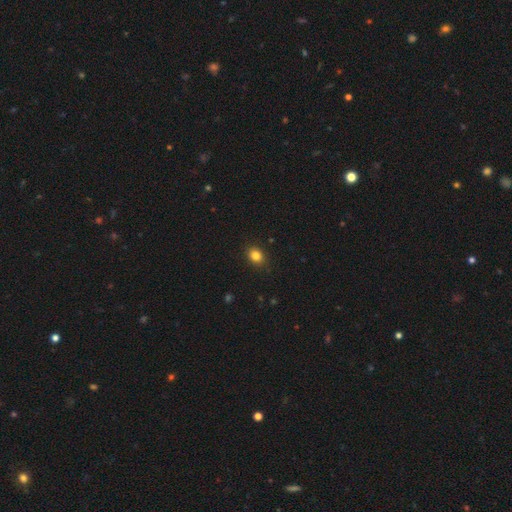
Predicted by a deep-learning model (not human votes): A smooth galaxy with no disk features (83%) that is round (52%).

Vote fractions:
- Smooth or featured? smooth: 83% / star or artifact: 12% / featured or disk: 5%
- How rounded? round: 52% / in between: 47% / cigar-shaped: 1%
- Merging? none: 89% / minor disturbance: 8% / major disturbance: 2% / merger: 1%